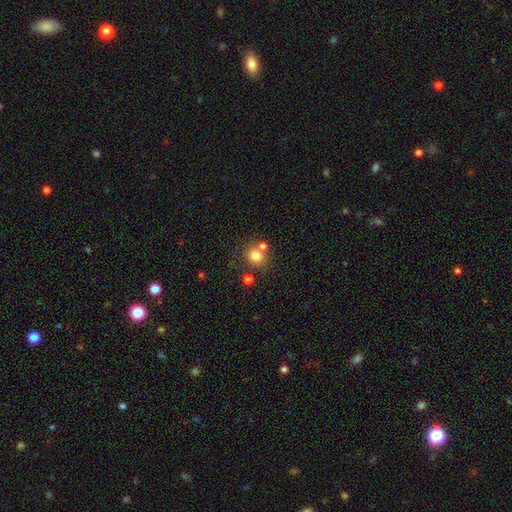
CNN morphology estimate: Smooth or featured? Predicted: smooth (p=0.78). How rounded? Predicted: round (p=0.84). Merging? Predicted: none (p=0.65).